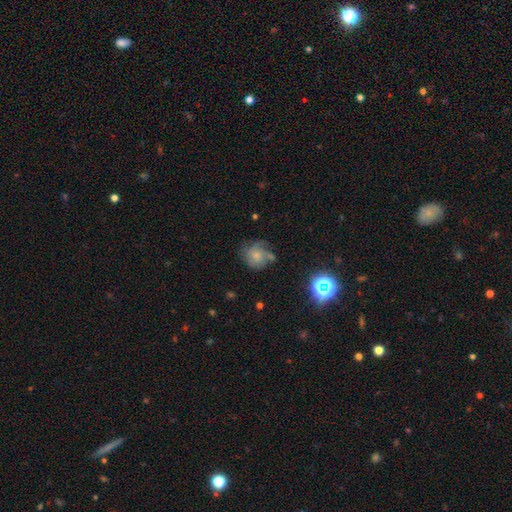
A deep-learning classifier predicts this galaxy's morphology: This appears to be a featured or disk galaxy (49%). Merging: none (54%).